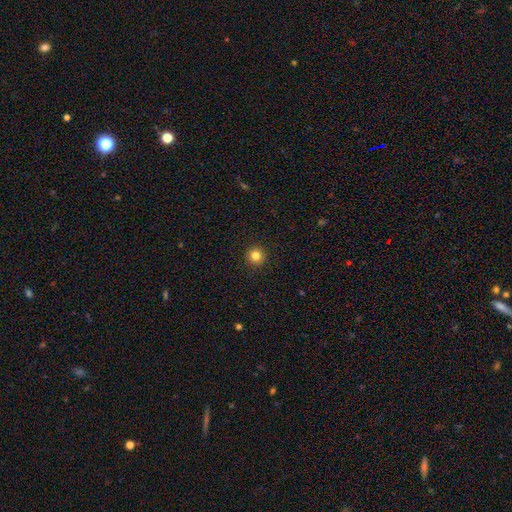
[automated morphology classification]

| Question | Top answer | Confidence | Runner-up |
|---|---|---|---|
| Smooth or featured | smooth | 83% | star or artifact (12%) |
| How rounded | round | 96% | in between (3%) |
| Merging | none | 93% | minor disturbance (4%) |